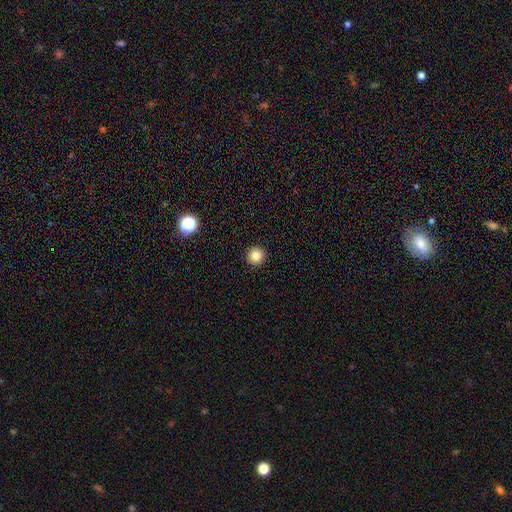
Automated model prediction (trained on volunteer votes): Smooth or featured?
  - smooth: 84% *
  - star or artifact: 11%
  - featured or disk: 5%
How rounded?
  - round: 95% *
  - in between: 4%
  - cigar-shaped: 1%
Merging?
  - none: 93% *
  - minor disturbance: 4%
  - major disturbance: 2%
  - merger: 1%